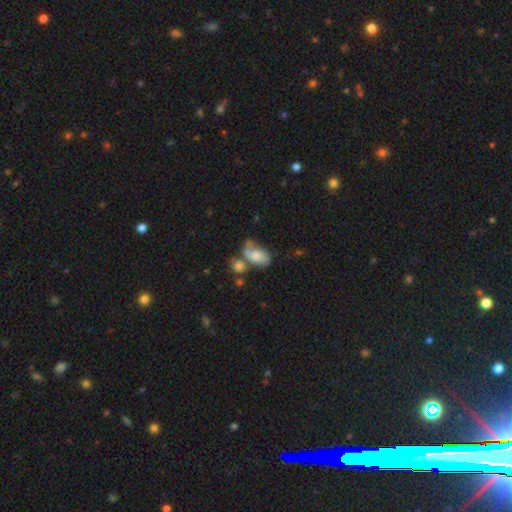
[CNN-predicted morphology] smooth-or-featured: smooth: 55% | featured or disk: 36% | star or artifact: 10%
  how-rounded: in between: 85% | round: 13% | cigar-shaped: 2%
  merging: merger: 38% | none: 23% | major disturbance: 20% | minor disturbance: 19%